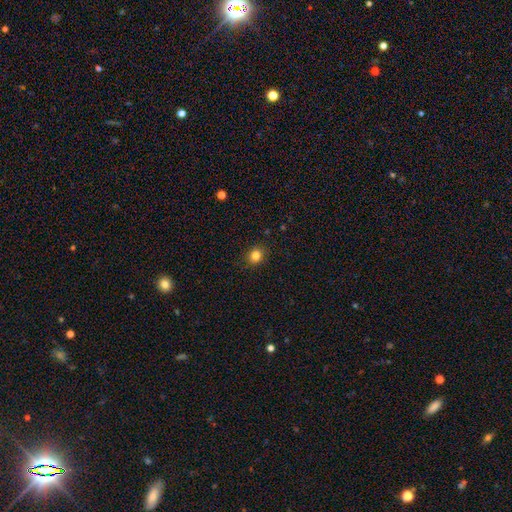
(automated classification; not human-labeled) Q: Smooth or featured?
A: smooth (83%); runner-up: star or artifact (12%)
Q: How rounded?
A: round (75%); runner-up: in between (24%)
Q: Merging?
A: none (90%); runner-up: minor disturbance (7%)